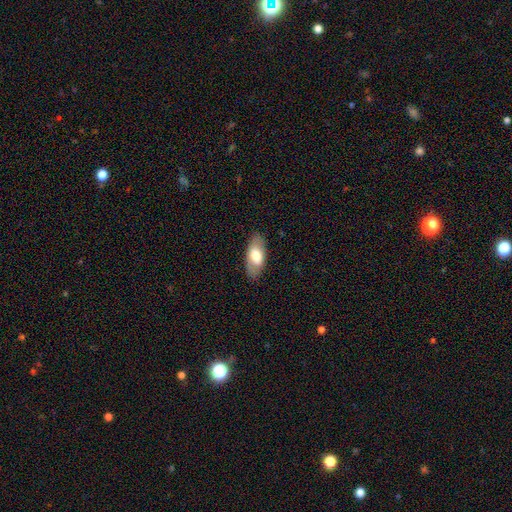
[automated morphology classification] Smooth or featured? smooth (61%)
How rounded? in between (88%)
Merging? none (83%)